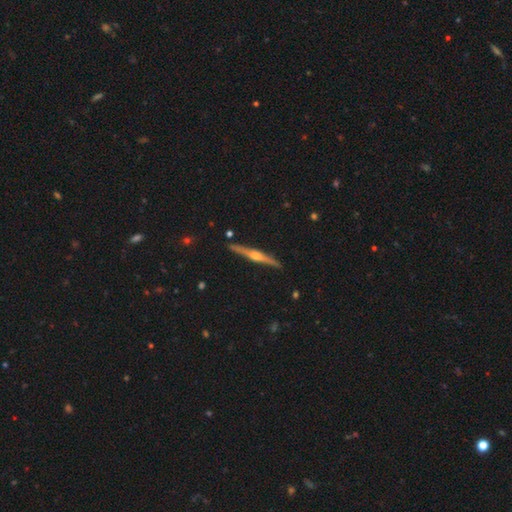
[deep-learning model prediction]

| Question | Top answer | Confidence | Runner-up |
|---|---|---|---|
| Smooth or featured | featured or disk | 83% | smooth (12%) |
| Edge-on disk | yes | 99% | no (1%) |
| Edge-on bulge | rounded | 90% | boxy (6%) |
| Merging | none | 91% | minor disturbance (6%) |